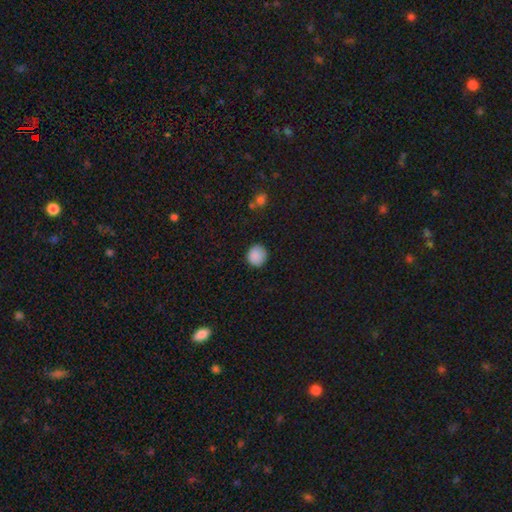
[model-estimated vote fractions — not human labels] smooth_or_featured: smooth (p=0.88) [alt: star or artifact p=0.09]
how_rounded: round (p=0.89) [alt: in between p=0.10]
merging: none (p=0.88) [alt: minor disturbance p=0.09]